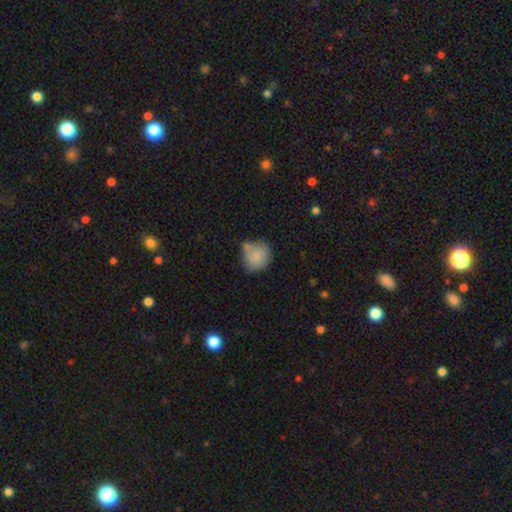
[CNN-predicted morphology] Smooth or featured? Predicted: smooth (p=0.81). How rounded? Predicted: round (p=0.83). Merging? Predicted: none (p=0.54).